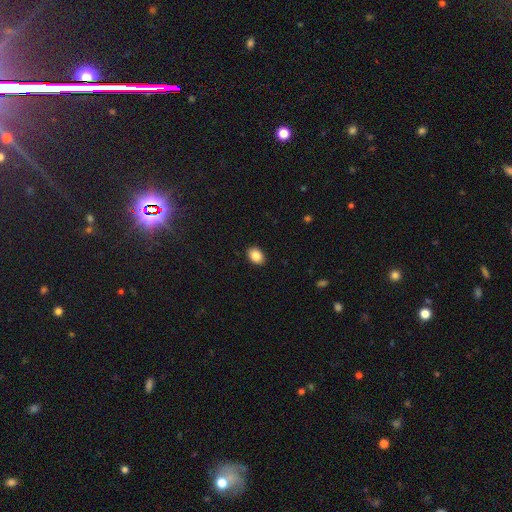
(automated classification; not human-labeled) The model was most divided on "how rounded": in between: 73%, round: 26%, cigar-shaped: 1%. More confident: merging — none (91%); smooth or featured — smooth (87%).